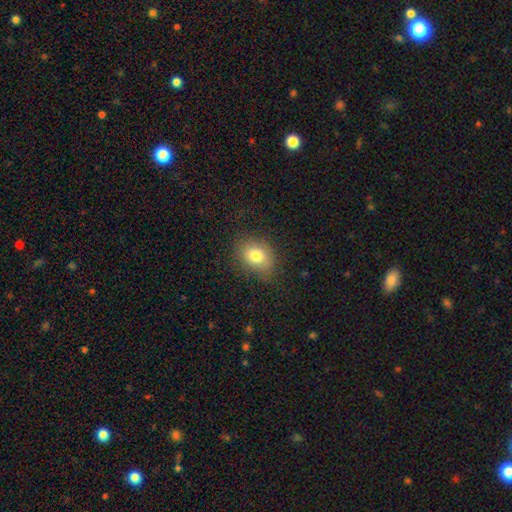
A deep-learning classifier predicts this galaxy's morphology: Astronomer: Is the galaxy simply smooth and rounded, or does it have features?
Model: smooth — 78%.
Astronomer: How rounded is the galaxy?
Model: in between — 59% (runner-up: round, 40%).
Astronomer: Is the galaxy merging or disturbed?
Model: none — 75%.